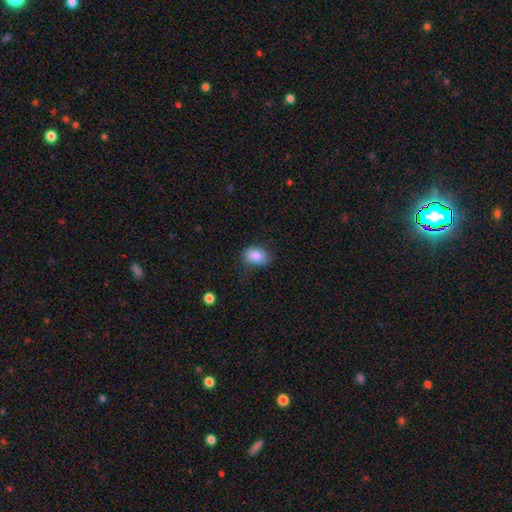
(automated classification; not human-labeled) Smooth or featured: smooth — 85% (star or artifact — 8%)
How rounded: in between — 77% (round — 22%)
Merging: none — 69% (minor disturbance — 24%)